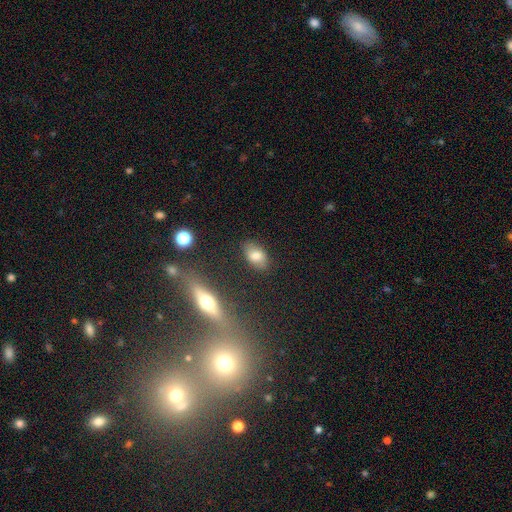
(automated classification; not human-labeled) A smooth galaxy with no disk features (77%) that is in between round and cigar-shaped (89%). Merging: none (82%).